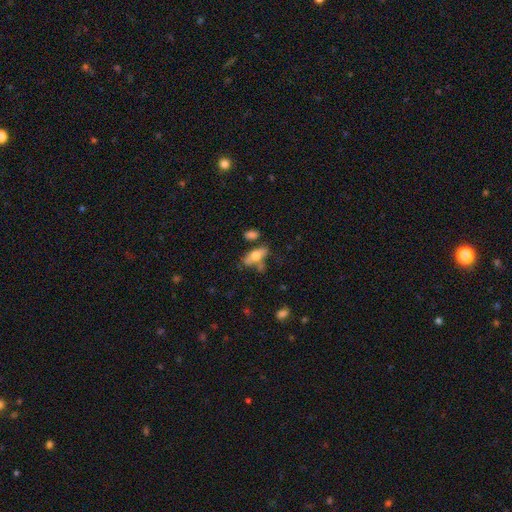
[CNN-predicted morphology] This appears to be a smooth galaxy with no disk features (62%) that is in between round and cigar-shaped (76%). Merging: none (46%).